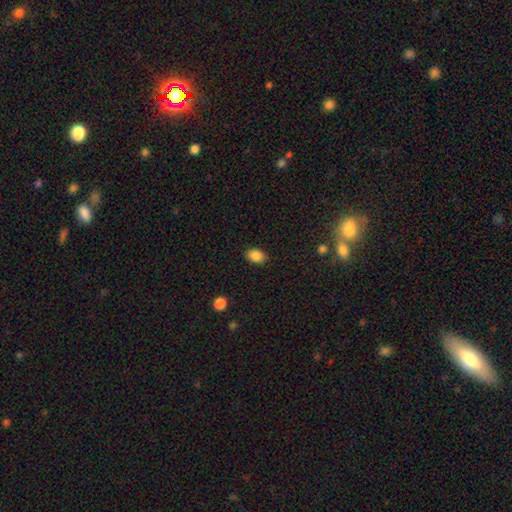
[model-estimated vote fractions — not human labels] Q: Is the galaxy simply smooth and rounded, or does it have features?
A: smooth — 87%.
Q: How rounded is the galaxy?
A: in between — 75%.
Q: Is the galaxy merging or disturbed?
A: none — 88%.